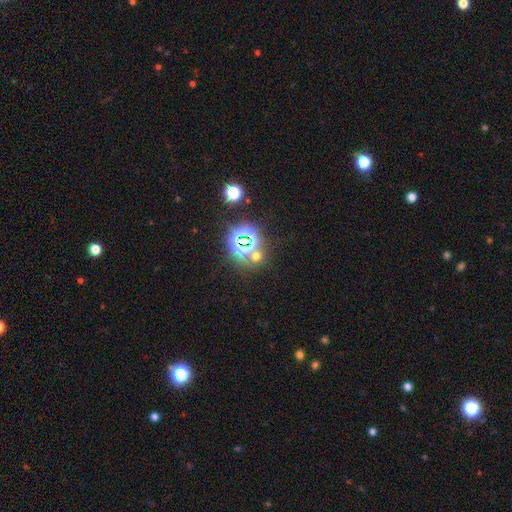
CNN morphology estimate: type=star or artifact (57%).